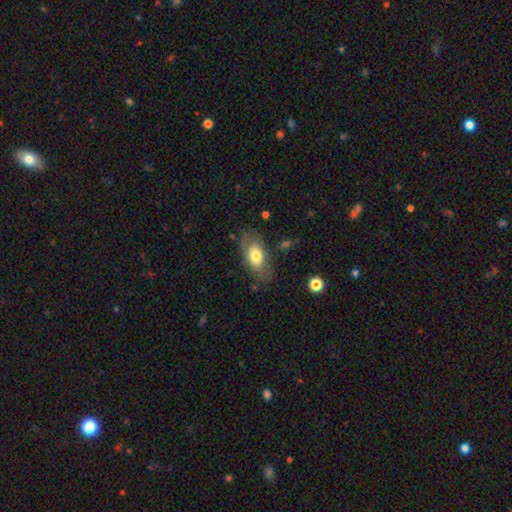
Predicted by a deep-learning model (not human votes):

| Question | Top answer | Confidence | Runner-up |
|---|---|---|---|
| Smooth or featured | smooth | 66% | featured or disk (27%) |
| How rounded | in between | 90% | round (6%) |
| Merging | none | 71% | minor disturbance (19%) |